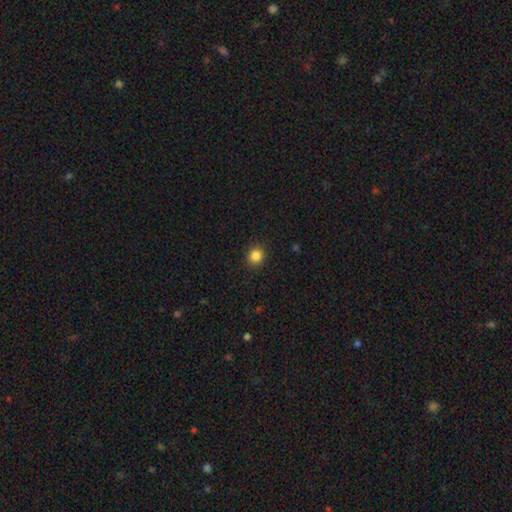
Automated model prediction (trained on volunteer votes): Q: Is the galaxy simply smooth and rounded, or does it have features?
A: smooth — 85%.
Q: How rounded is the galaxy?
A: round — 87%.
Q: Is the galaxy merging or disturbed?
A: none — 90%.